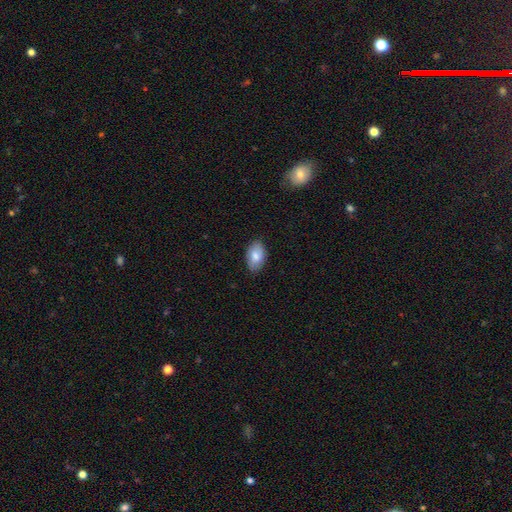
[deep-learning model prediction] smooth_or_featured: smooth (p=0.79) [alt: featured or disk p=0.14]
how_rounded: in between (p=0.93) [alt: round p=0.05]
merging: none (p=0.83) [alt: minor disturbance p=0.13]